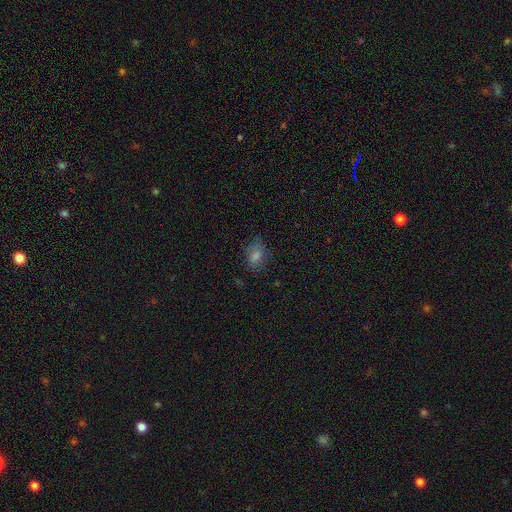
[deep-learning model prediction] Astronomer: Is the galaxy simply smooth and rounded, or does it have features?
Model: smooth — 57%.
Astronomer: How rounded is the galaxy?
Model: in between — 69%.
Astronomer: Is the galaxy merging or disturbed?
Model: none — 72%.